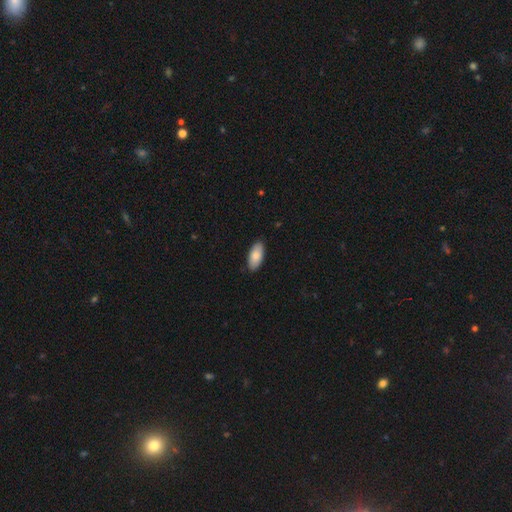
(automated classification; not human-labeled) The model was most divided on "smooth or featured": smooth: 80%, featured or disk: 14%, star or artifact: 6%. More confident: how rounded — in between (91%); merging — none (89%).